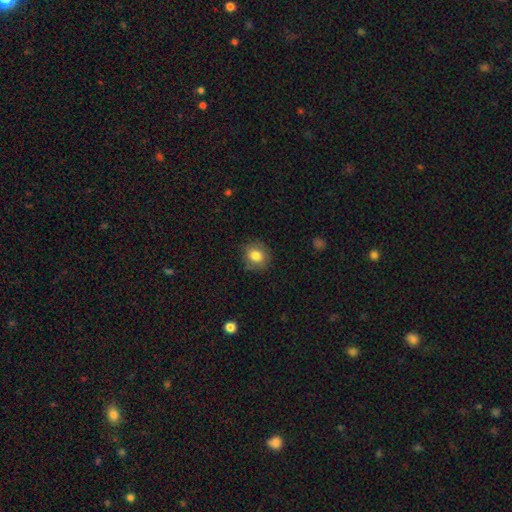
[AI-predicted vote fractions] This appears to be a smooth galaxy with no disk features (83%) that is round (76%). Merging: none (83%).